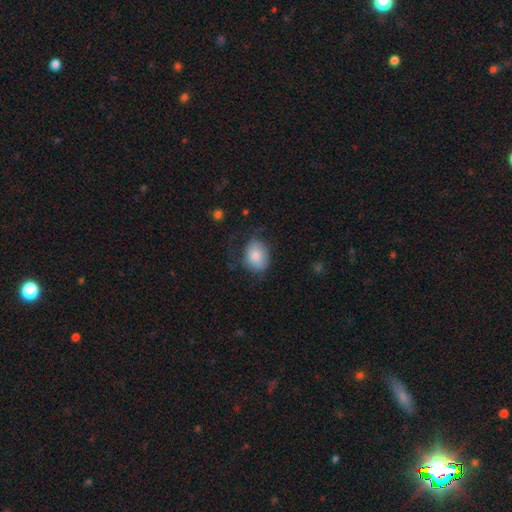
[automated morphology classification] A smooth galaxy with no disk features (77%) that is in between round and cigar-shaped (56%).

Vote fractions:
- Smooth or featured? smooth: 77% / featured or disk: 16% / star or artifact: 7%
- How rounded? in between: 56% / round: 43% / cigar-shaped: 1%
- Merging? none: 53% / minor disturbance: 30% / major disturbance: 16% / merger: 2%